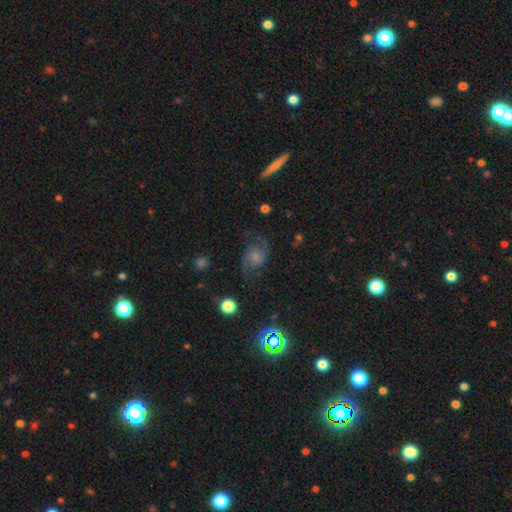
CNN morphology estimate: A featured or disk galaxy (68%) with no bar (65%), 2 (90%) medium (50%) spiral arms (94%) and a moderate central bulge (36%). Merging: none (73%).